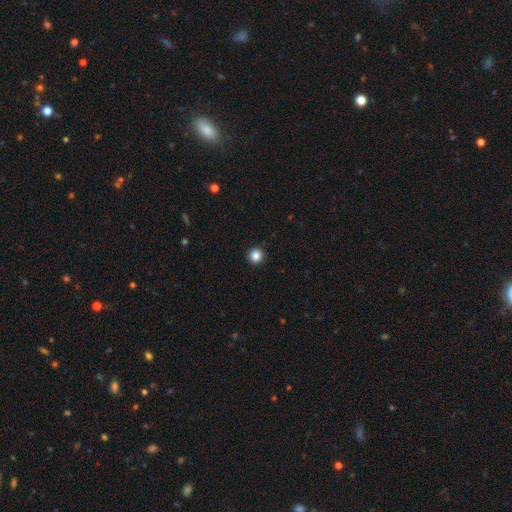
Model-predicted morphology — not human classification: Q: Smooth or featured?
A: smooth (85%); runner-up: star or artifact (11%)
Q: How rounded?
A: round (95%); runner-up: in between (4%)
Q: Merging?
A: none (94%); runner-up: minor disturbance (4%)